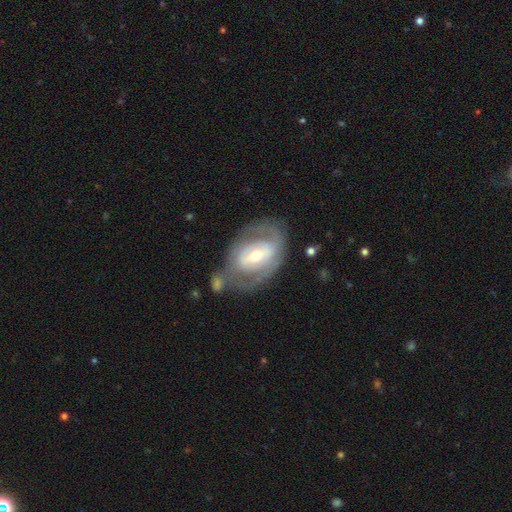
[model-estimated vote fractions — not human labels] featured or disk 72%, smooth 22%, star or artifact 6%. Down the decision tree: edge-on disk — no (94%); bar — weak (39%); spiral arms — yes (64%); bulge size — moderate (52%); merging — none (56%).